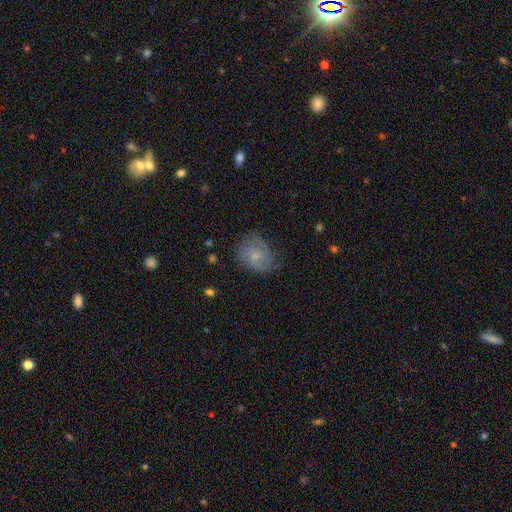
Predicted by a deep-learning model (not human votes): This appears to be a smooth galaxy with no disk features (47%). Merging: none (57%).